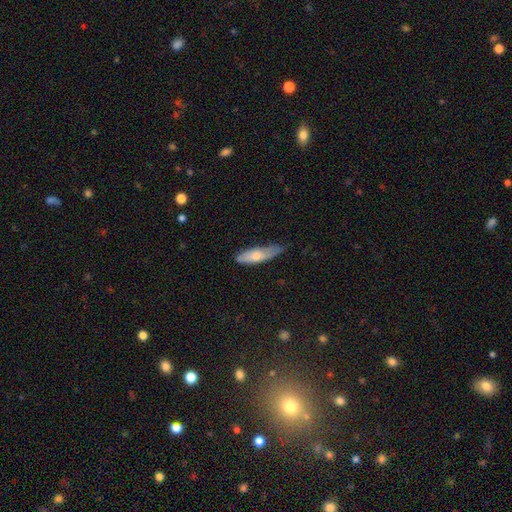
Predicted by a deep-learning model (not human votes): This is likely a smooth galaxy (70%). How rounded: possibly cigar-shaped (55%). Merging: possibly none (49%).